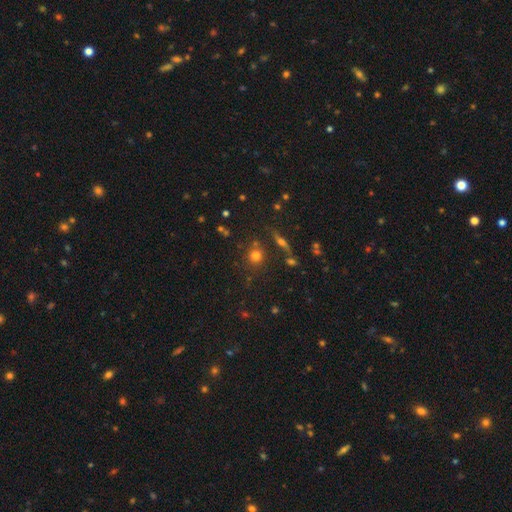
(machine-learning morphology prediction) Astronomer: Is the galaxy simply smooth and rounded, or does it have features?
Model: smooth — 69%.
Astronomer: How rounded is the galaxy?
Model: round — 89%.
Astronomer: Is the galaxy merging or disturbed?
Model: none — 77%.